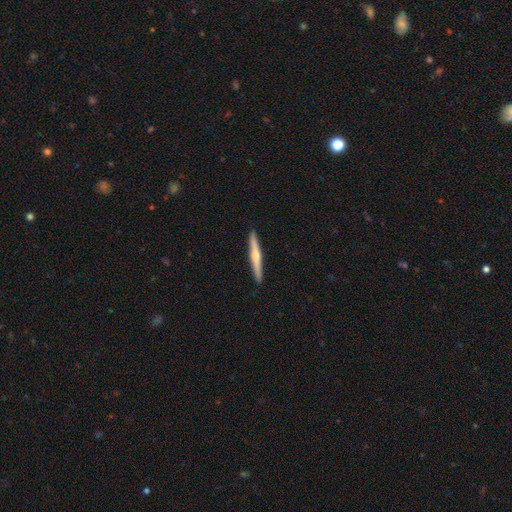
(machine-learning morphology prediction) A featured or disk galaxy (55%) viewed edge-on (98%) with a rounded central bulge (78%). Merging: none (92%).